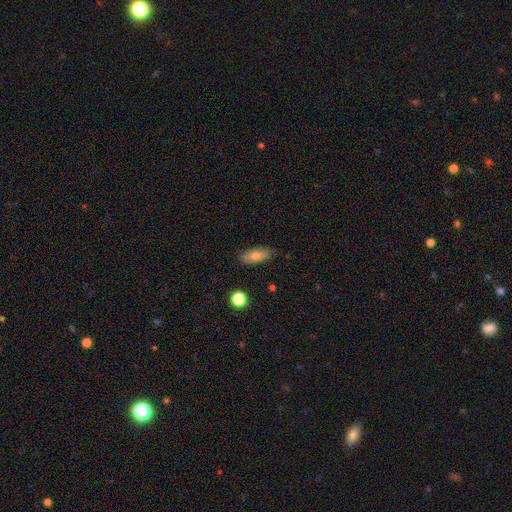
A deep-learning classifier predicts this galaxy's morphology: Q: Smooth or featured?
A: smooth (73%); runner-up: featured or disk (19%)
Q: How rounded?
A: in between (85%); runner-up: cigar-shaped (12%)
Q: Merging?
A: none (82%); runner-up: minor disturbance (13%)